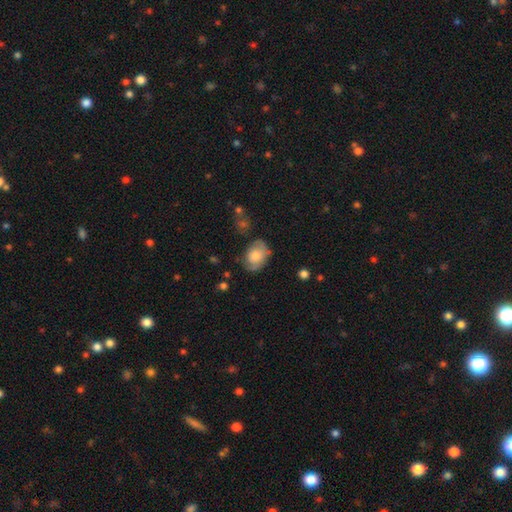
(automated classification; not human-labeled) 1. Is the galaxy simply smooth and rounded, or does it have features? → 65% smooth, 27% featured or disk, 7% star or artifact.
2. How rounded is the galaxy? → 71% in between, 28% round, 1% cigar-shaped.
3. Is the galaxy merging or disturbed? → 61% none, 28% minor disturbance, 9% major disturbance, 3% merger.